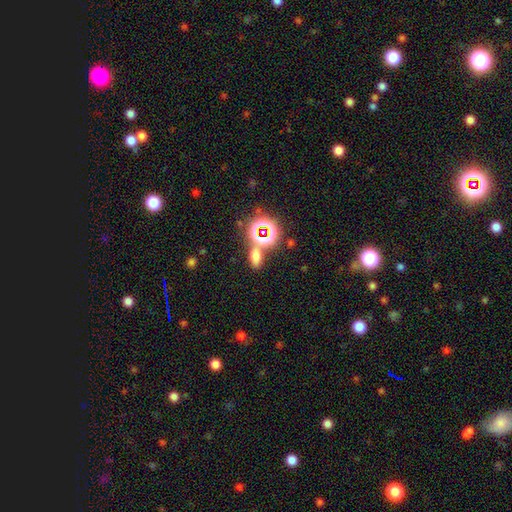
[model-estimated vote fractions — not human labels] This appears to be a smooth galaxy with no disk features (58%) that is in between round and cigar-shaped (77%). Merging: none (67%).